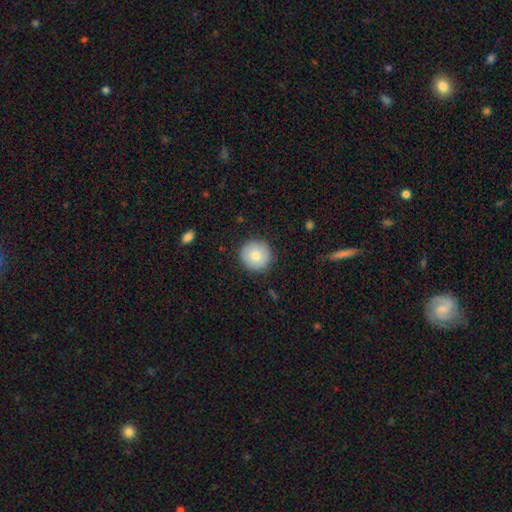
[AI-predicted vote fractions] Morphology: type=smooth (79%); roundness=round (95%); merging=none (89%).